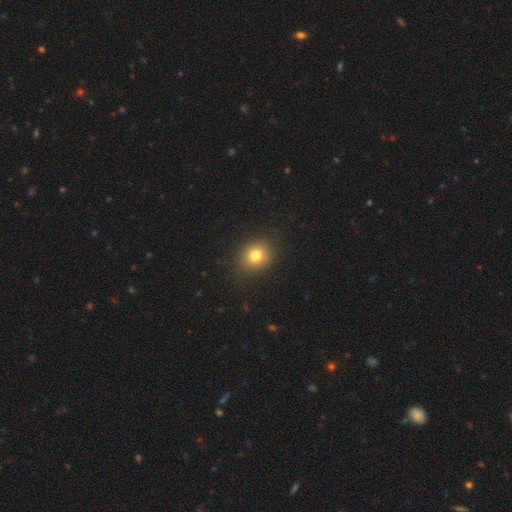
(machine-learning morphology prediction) smooth_or_featured: smooth (p=0.78) [alt: star or artifact p=0.13]
how_rounded: round (p=0.72) [alt: in between p=0.27]
merging: none (p=0.87) [alt: minor disturbance p=0.08]